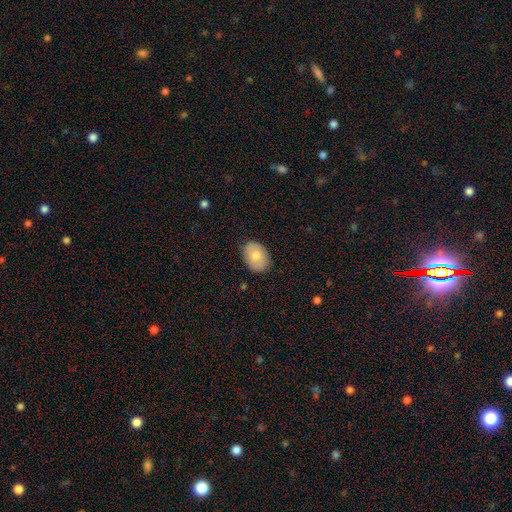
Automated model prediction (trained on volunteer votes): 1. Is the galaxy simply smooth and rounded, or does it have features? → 79% smooth, 15% featured or disk, 7% star or artifact.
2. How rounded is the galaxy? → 80% in between, 19% round, 1% cigar-shaped.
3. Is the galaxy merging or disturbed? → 84% none, 12% minor disturbance, 2% major disturbance, 1% merger.